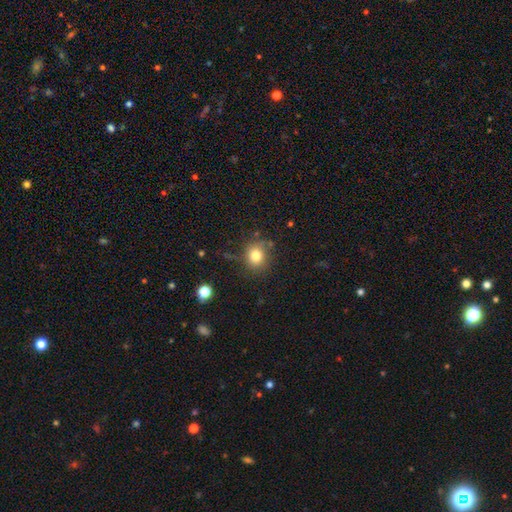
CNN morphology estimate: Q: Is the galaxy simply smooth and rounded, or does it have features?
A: smooth — 80%.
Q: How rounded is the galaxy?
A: round — 81%.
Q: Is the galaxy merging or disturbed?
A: none — 79%.